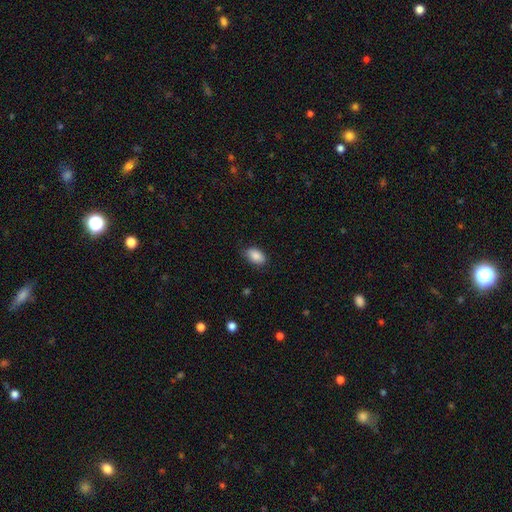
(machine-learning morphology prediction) Smooth or featured?
  - smooth: 89% *
  - star or artifact: 7%
  - featured or disk: 4%
How rounded?
  - in between: 90% *
  - round: 8%
  - cigar-shaped: 1%
Merging?
  - none: 81% *
  - minor disturbance: 15%
  - major disturbance: 3%
  - merger: 1%